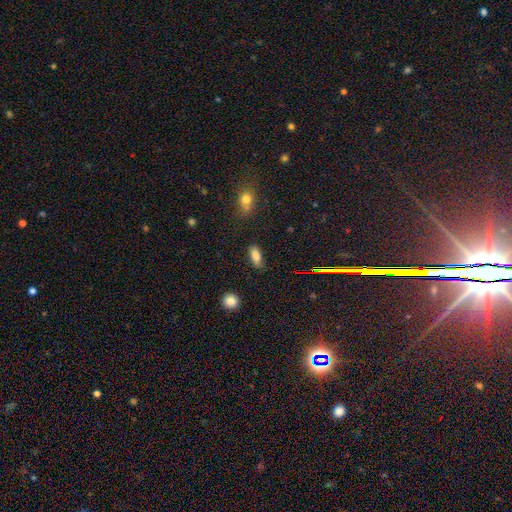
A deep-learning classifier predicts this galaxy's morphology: Q: Smooth or featured?
A: smooth (82%); runner-up: star or artifact (11%)
Q: How rounded?
A: in between (81%); runner-up: cigar-shaped (15%)
Q: Merging?
A: none (79%); runner-up: minor disturbance (15%)